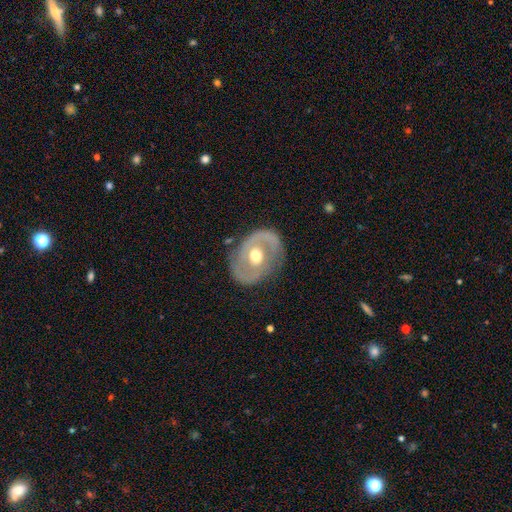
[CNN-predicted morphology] This is likely a featured or disk galaxy (72%). It is clearly not viewed edge-on (95%). Bar: likely no (69%). Spiral arm pattern: possibly yes (53%). Central bulge: likely moderate (77%). Merging: likely none (75%).